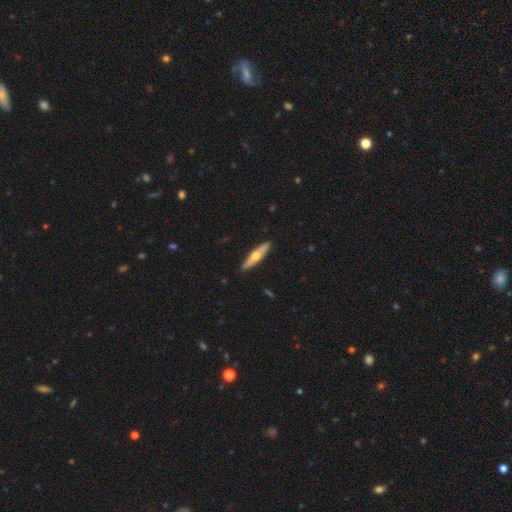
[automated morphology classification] Smooth or featured? featured or disk (50%)
Edge-on disk? yes (90%)
Merging? none (90%)